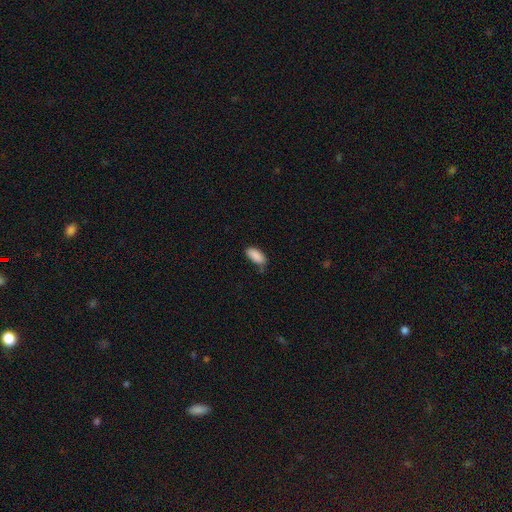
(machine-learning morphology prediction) A smooth galaxy with no disk features (89%) that is in between round and cigar-shaped (89%).

Vote fractions:
- Smooth or featured? smooth: 89% / star or artifact: 7% / featured or disk: 4%
- How rounded? in between: 89% / cigar-shaped: 9% / round: 2%
- Merging? none: 69% / minor disturbance: 24% / major disturbance: 4% / merger: 2%